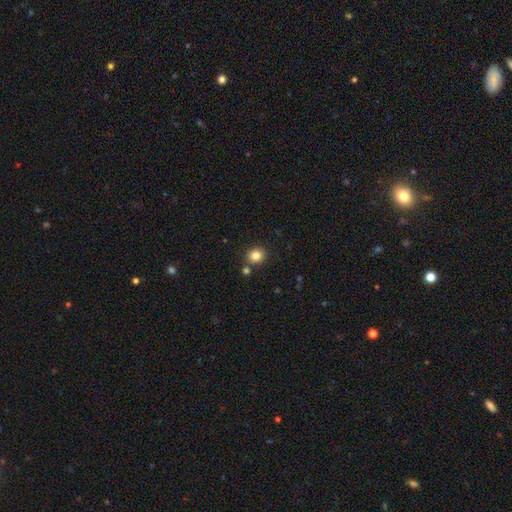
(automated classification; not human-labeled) smooth-or-featured: smooth: 83% | star or artifact: 11% | featured or disk: 6%
  how-rounded: round: 77% | in between: 23% | cigar-shaped: 1%
  merging: none: 82% | minor disturbance: 8% | merger: 8% | major disturbance: 2%